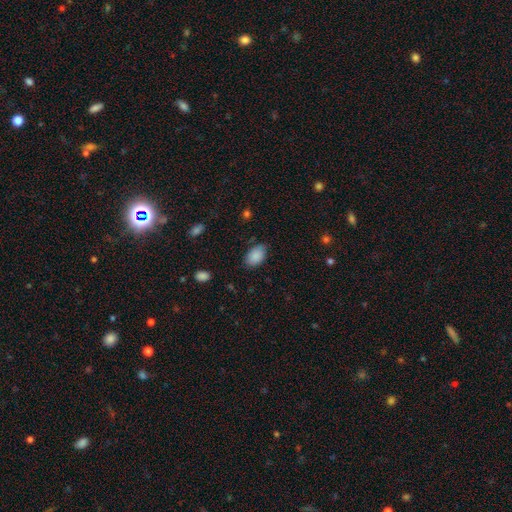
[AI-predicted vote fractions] A smooth galaxy with no disk features (88%) that is in between round and cigar-shaped (91%).

Vote fractions:
- Smooth or featured? smooth: 88% / star or artifact: 7% / featured or disk: 5%
- How rounded? in between: 91% / round: 8% / cigar-shaped: 1%
- Merging? none: 78% / minor disturbance: 17% / major disturbance: 4% / merger: 1%